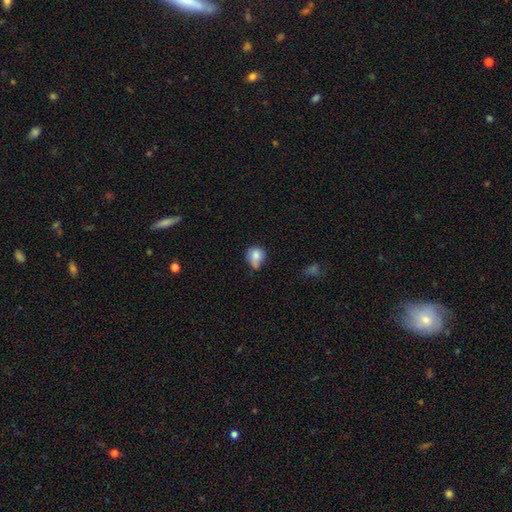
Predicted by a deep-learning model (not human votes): Overall: smooth (80%). How rounded: round (76%). Merging: none (41%; minor disturbance 37%).